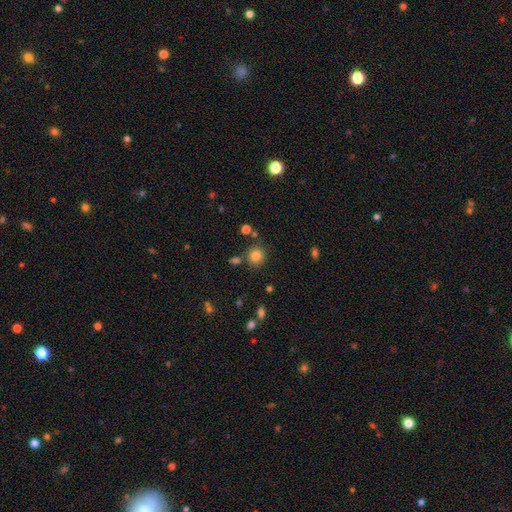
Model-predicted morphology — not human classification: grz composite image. It shows a smooth galaxy with no disk features (82%) that is round (85%). Merging: none (80%).